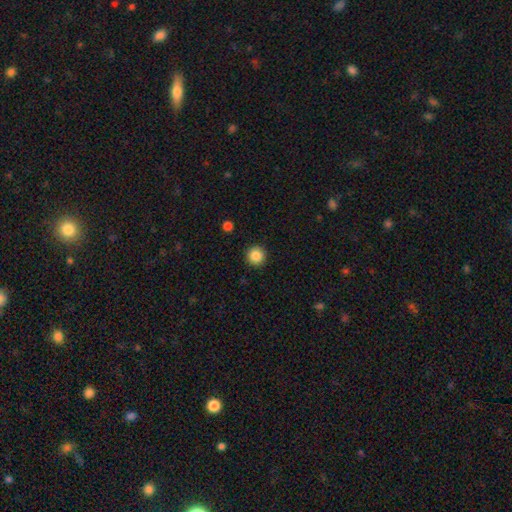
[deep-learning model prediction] A smooth galaxy with no disk features (86%) that is round (96%).

Vote fractions:
- Smooth or featured? smooth: 86% / star or artifact: 10% / featured or disk: 4%
- How rounded? round: 96% / in between: 3% / cigar-shaped: 1%
- Merging? none: 92% / minor disturbance: 5% / major disturbance: 2% / merger: 1%